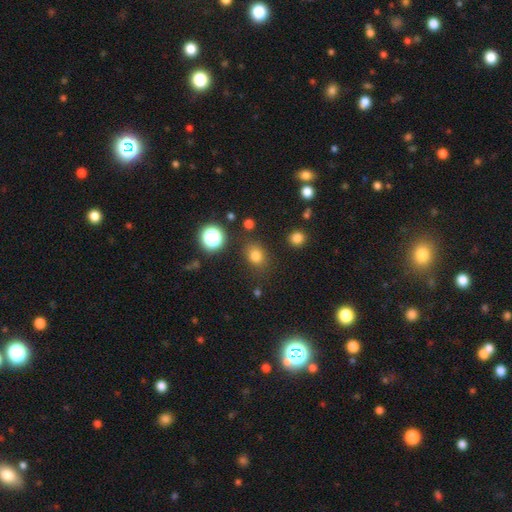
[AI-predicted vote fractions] This is likely a smooth galaxy (78%). How rounded: possibly round (59%). Merging: clearly none (80%).